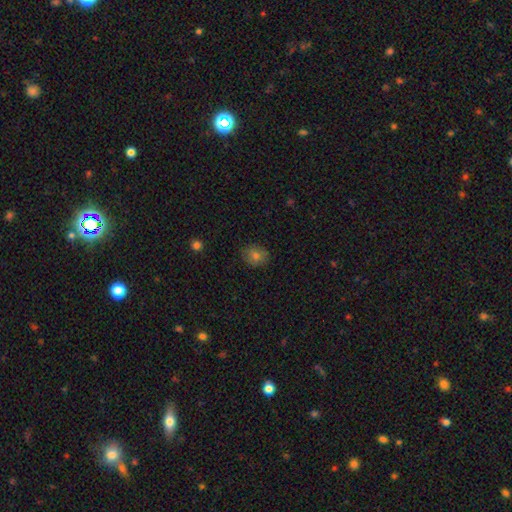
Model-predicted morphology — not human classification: smooth 75%, star or artifact 13%, featured or disk 12%. Down the decision tree: how rounded — round (64%); merging — none (84%).